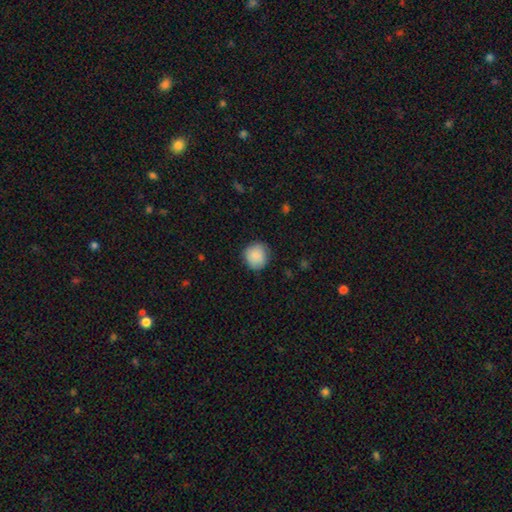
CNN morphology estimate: This is clearly a smooth galaxy (87%). How rounded: clearly round (87%). Merging: clearly none (81%).